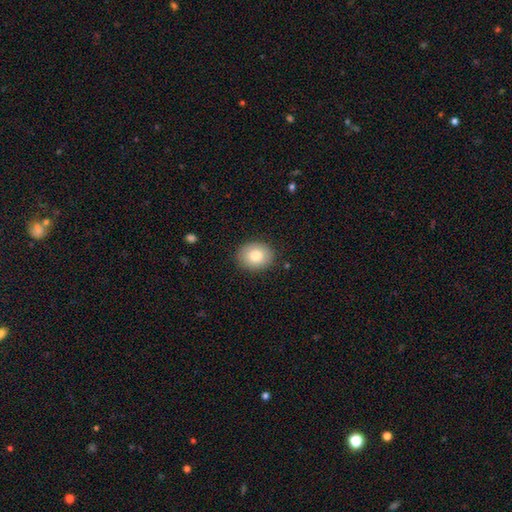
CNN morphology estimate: Smooth or featured? Predicted: smooth (p=0.81). How rounded? Predicted: round (p=0.57). Merging? Predicted: none (p=0.88).